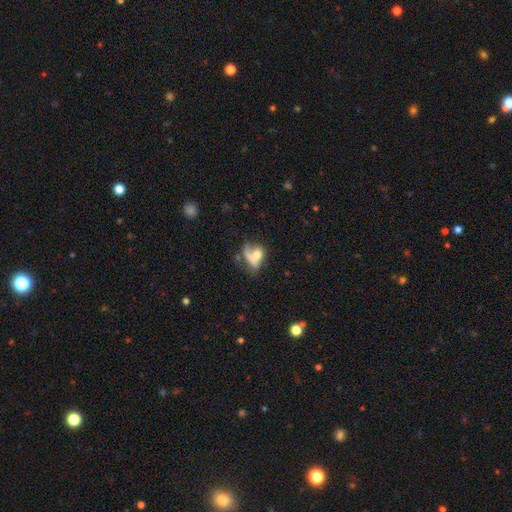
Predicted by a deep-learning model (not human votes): A smooth galaxy with no disk features (57%) that is in between round and cigar-shaped (61%).

Vote fractions:
- Smooth or featured? smooth: 57% / featured or disk: 32% / star or artifact: 11%
- How rounded? in between: 61% / round: 33% / cigar-shaped: 6%
- Merging? merger: 32% / none: 26% / major disturbance: 26% / minor disturbance: 16%